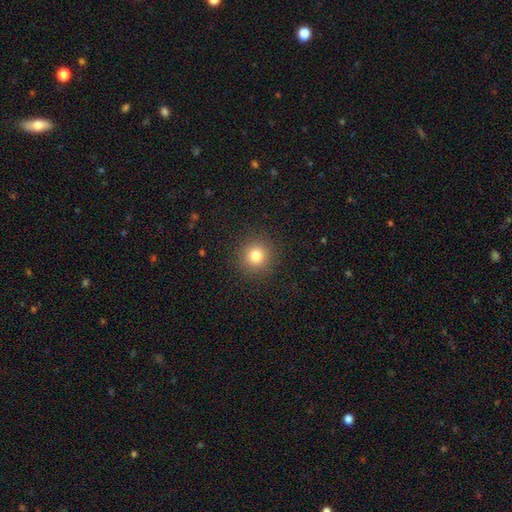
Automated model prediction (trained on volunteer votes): Smooth or featured? smooth (80%)
How rounded? round (94%)
Merging? none (91%)